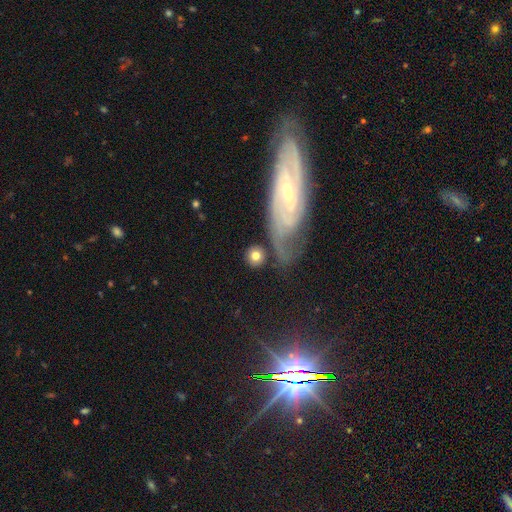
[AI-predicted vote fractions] smooth-or-featured: smooth: 78% | featured or disk: 14% | star or artifact: 8%
  how-rounded: round: 89% | in between: 9% | cigar-shaped: 2%
  merging: none: 78% | minor disturbance: 9% | merger: 7% | major disturbance: 5%